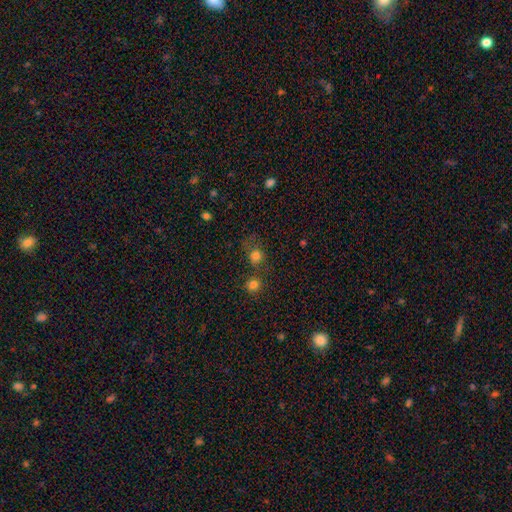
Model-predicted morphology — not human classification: smooth_or_featured: smooth (p=0.75) [alt: star or artifact p=0.16]
how_rounded: round (p=0.74) [alt: in between p=0.25]
merging: none (p=0.49) [alt: merger p=0.25]